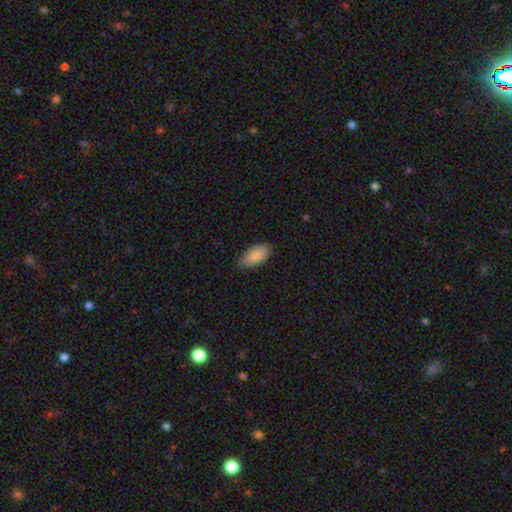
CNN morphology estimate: Q: Smooth or featured?
A: smooth (87%); runner-up: featured or disk (7%)
Q: How rounded?
A: in between (91%); runner-up: cigar-shaped (6%)
Q: Merging?
A: none (76%); runner-up: minor disturbance (20%)